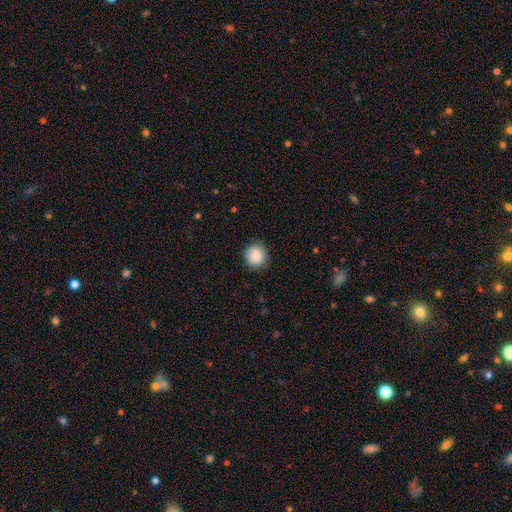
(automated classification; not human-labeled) A smooth galaxy with no disk features (84%) that is round (91%).

Vote fractions:
- Smooth or featured? smooth: 84% / star or artifact: 8% / featured or disk: 8%
- How rounded? round: 91% / in between: 9% / cigar-shaped: 1%
- Merging? none: 86% / minor disturbance: 10% / major disturbance: 2% / merger: 1%